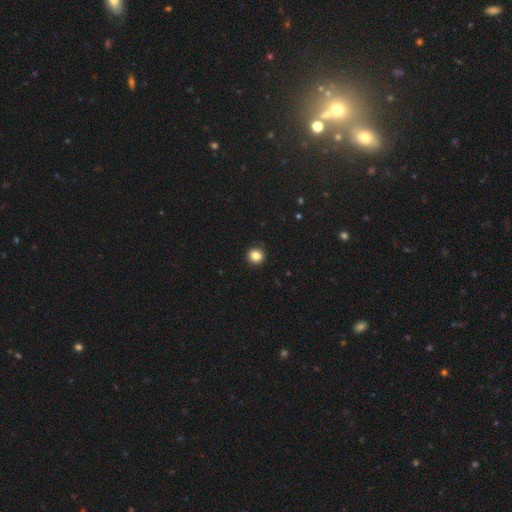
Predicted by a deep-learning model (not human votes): Smooth or featured? smooth (85%)
How rounded? round (90%)
Merging? none (92%)